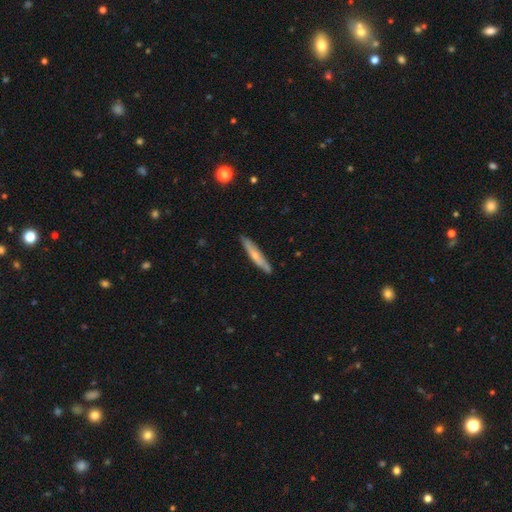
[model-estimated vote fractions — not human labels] Smooth or featured?
  - smooth: 55% *
  - featured or disk: 39%
  - star or artifact: 5%
How rounded?
  - cigar-shaped: 92% *
  - in between: 6%
  - round: 1%
Merging?
  - none: 83% *
  - minor disturbance: 13%
  - major disturbance: 2%
  - merger: 2%